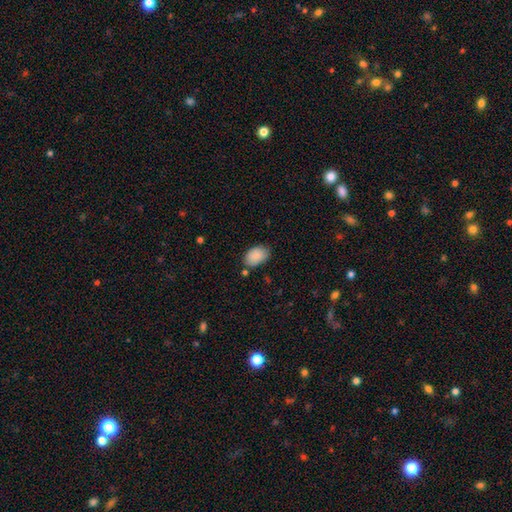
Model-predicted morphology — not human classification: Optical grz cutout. It shows a smooth galaxy with no disk features (89%) that is in between round and cigar-shaped (90%). Merging: none (75%).